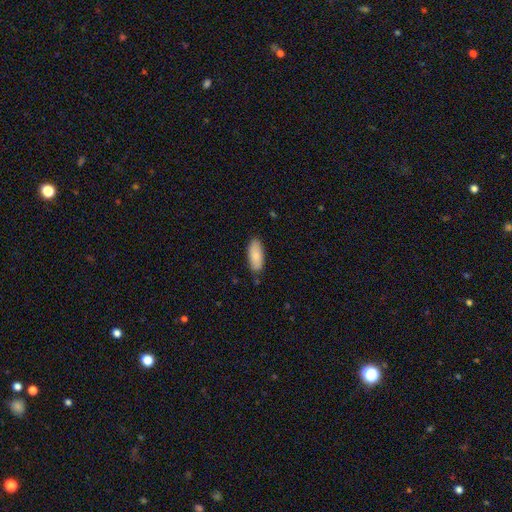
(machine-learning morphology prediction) Smooth or featured? Predicted: smooth (p=0.83). How rounded? Predicted: in between (p=0.81). Merging? Predicted: none (p=0.86).